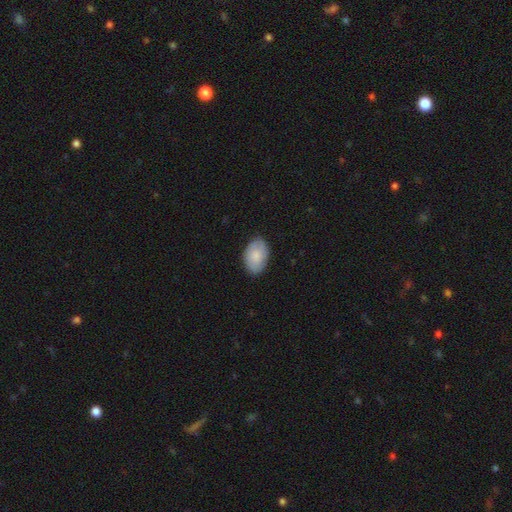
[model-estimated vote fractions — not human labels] Smooth or featured? smooth (78%)
How rounded? in between (89%)
Merging? none (82%)